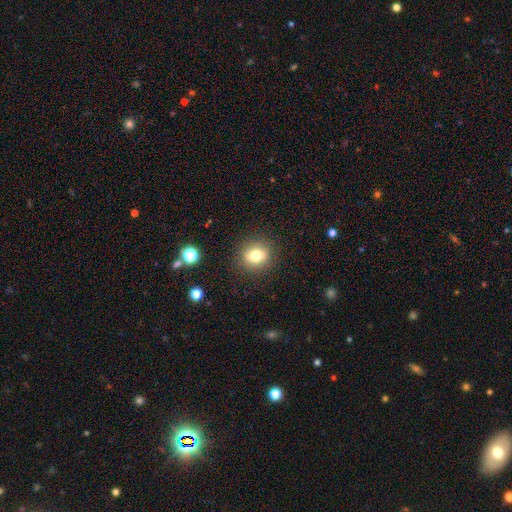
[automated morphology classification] smooth 75%, featured or disk 13%, star or artifact 12%. Down the decision tree: how rounded — round (71%); merging — none (88%).